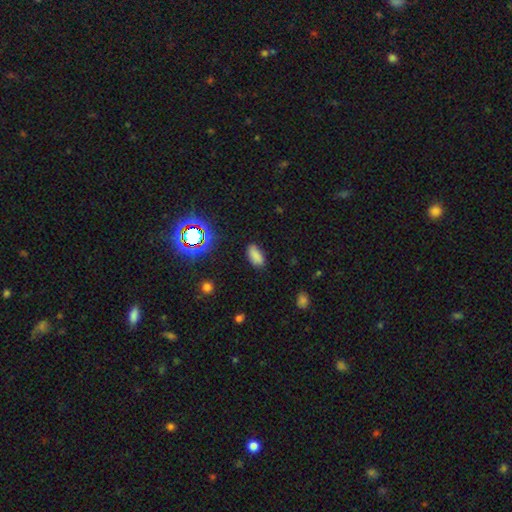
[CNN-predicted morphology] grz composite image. It shows a smooth galaxy with no disk features (79%) that is in between round and cigar-shaped (90%). Merging: none (81%).